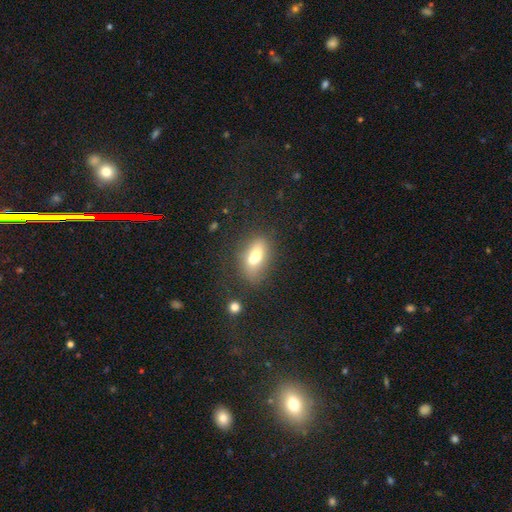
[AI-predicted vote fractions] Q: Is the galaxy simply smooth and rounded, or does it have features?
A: smooth — 66%.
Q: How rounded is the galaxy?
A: in between — 80%.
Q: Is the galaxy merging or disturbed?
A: none — 45%.